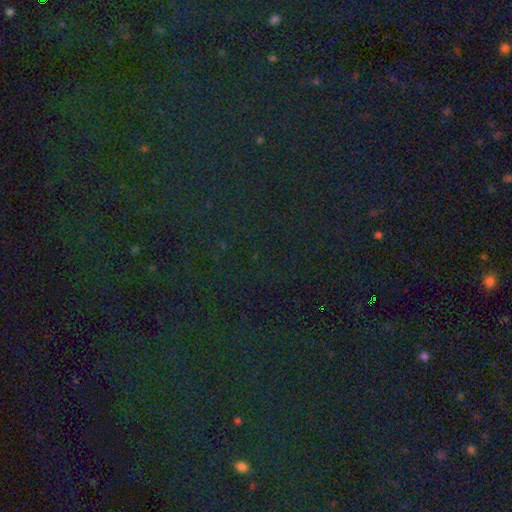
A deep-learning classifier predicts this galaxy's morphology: A star or artifact, not a galaxy (81%).

Vote fractions:
- Smooth or featured? star or artifact: 81% / smooth: 12% / featured or disk: 7%